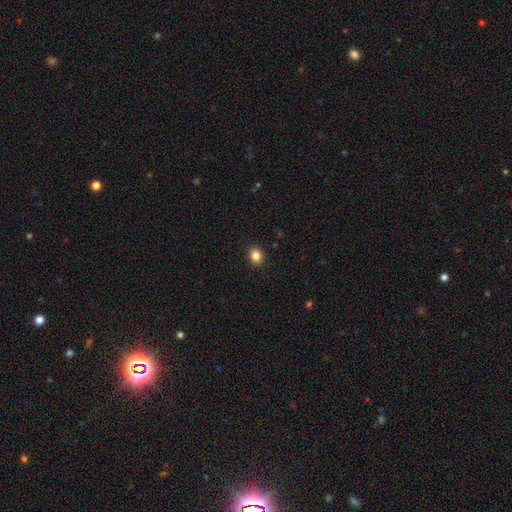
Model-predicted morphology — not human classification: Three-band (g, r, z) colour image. It shows a smooth galaxy with no disk features (86%) that is round (59%). Merging: none (91%).